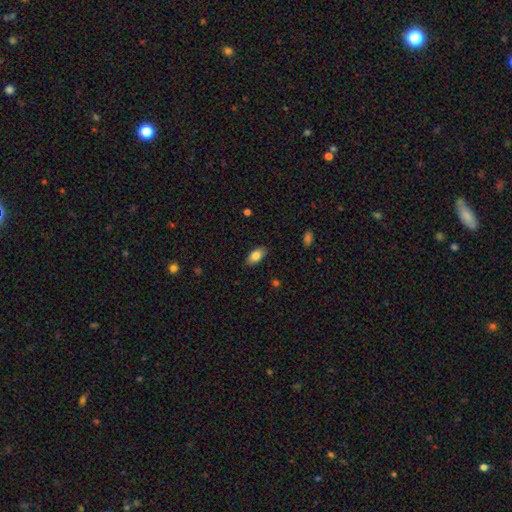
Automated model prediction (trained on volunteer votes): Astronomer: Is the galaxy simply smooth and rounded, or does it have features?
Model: smooth — 83%.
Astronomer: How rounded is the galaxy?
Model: in between — 91%.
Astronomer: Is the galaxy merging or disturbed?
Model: none — 86%.